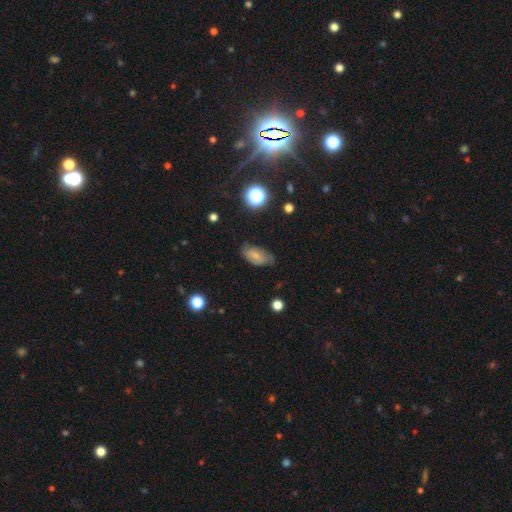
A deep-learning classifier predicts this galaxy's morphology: This is likely a smooth galaxy (71%). How rounded: clearly in between (91%). Merging: possibly none (59%).